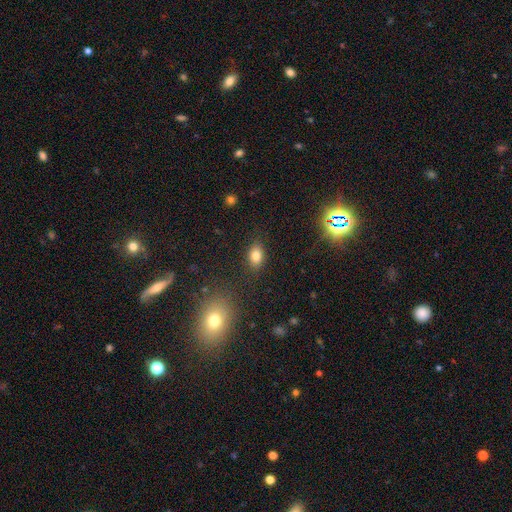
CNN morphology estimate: smooth-or-featured: smooth: 80% | star or artifact: 12% | featured or disk: 8%
  how-rounded: in between: 76% | round: 23% | cigar-shaped: 2%
  merging: none: 84% | minor disturbance: 11% | major disturbance: 3% | merger: 2%